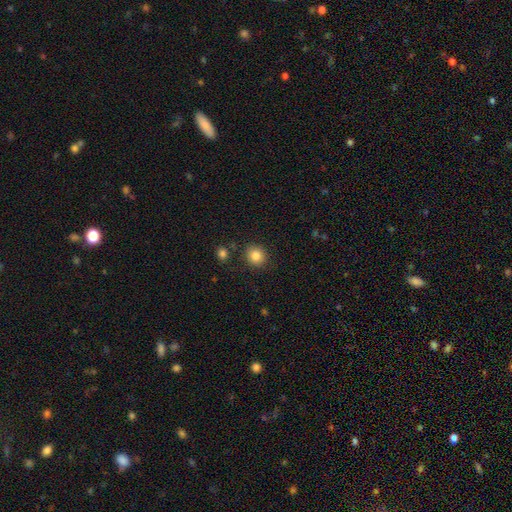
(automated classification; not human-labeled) Smooth or featured?
  - smooth: 85% *
  - star or artifact: 10%
  - featured or disk: 5%
How rounded?
  - round: 85% *
  - in between: 14%
  - cigar-shaped: 1%
Merging?
  - none: 87% *
  - minor disturbance: 8%
  - merger: 3%
  - major disturbance: 3%